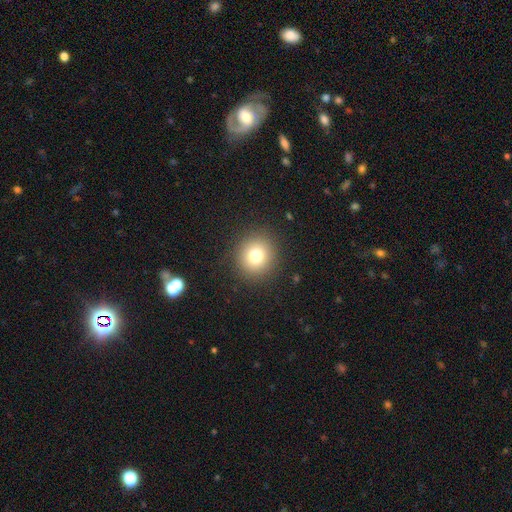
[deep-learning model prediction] smooth-or-featured: smooth: 77% | star or artifact: 13% | featured or disk: 10%
  how-rounded: round: 90% | in between: 9% | cigar-shaped: 1%
  merging: none: 90% | minor disturbance: 6% | major disturbance: 3% | merger: 1%